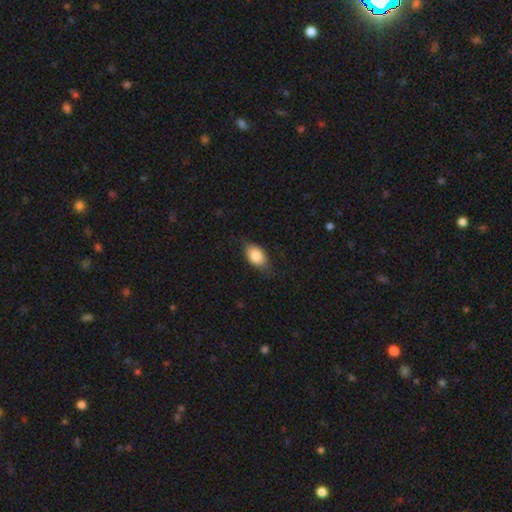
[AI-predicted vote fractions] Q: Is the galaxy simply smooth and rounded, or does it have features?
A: smooth — 84%.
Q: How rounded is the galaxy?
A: in between — 89%.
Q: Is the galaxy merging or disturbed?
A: none — 77%.